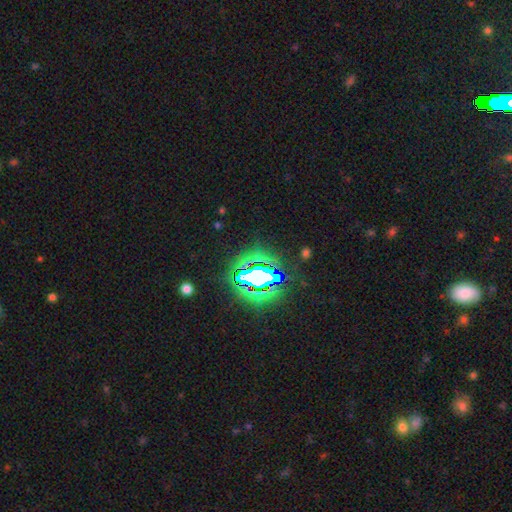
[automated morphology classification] This appears to be a star or artifact, not a galaxy (83%).